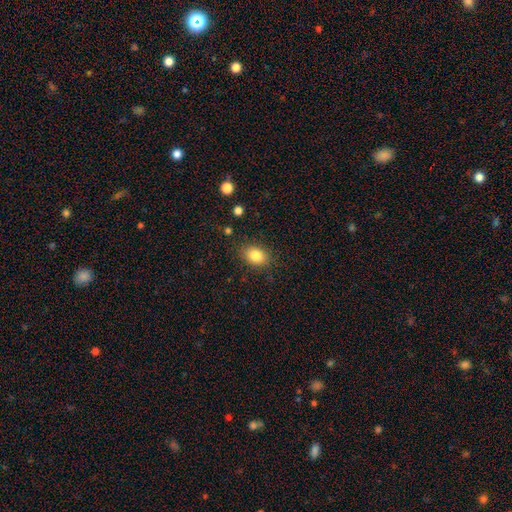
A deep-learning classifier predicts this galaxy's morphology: smooth-or-featured: smooth: 84% | star or artifact: 9% | featured or disk: 7%
  how-rounded: in between: 75% | round: 24% | cigar-shaped: 1%
  merging: none: 85% | minor disturbance: 11% | major disturbance: 3% | merger: 1%